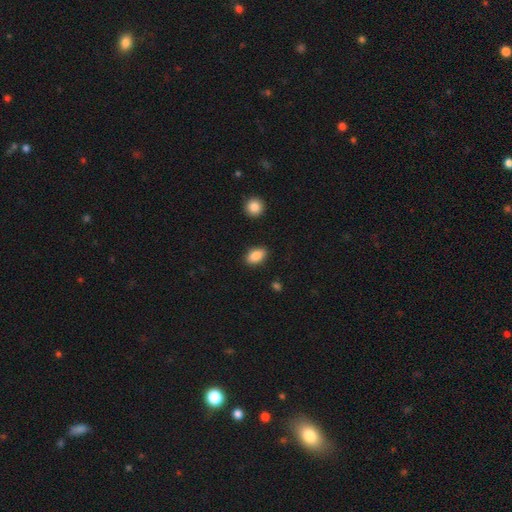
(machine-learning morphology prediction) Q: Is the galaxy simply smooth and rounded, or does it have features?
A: smooth — 87%.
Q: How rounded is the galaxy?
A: in between — 89%.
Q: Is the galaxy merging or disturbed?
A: none — 87%.